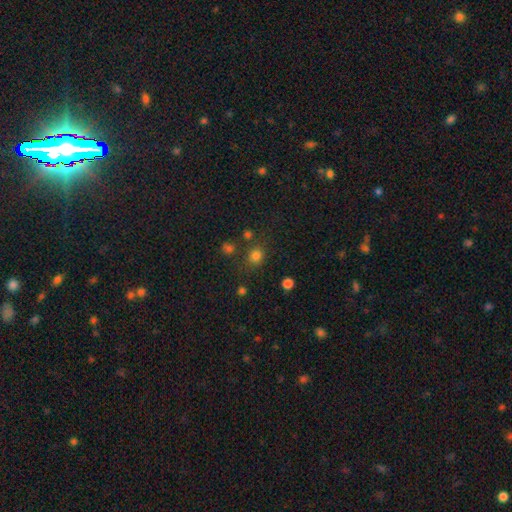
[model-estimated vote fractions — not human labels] Morphology: type=smooth (76%); roundness=round (80%); merging=none (74%).